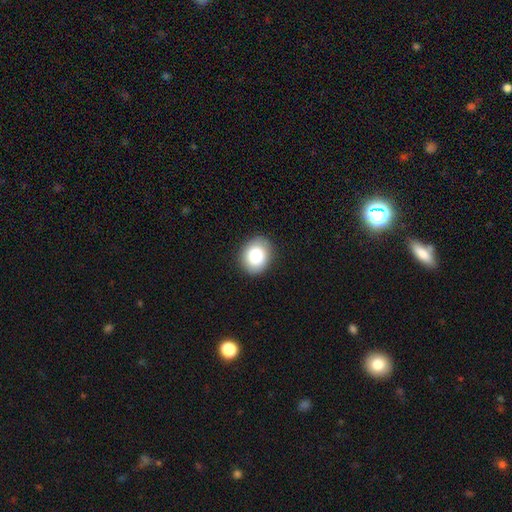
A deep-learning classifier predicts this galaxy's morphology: Smooth or featured?
  - smooth: 86% *
  - star or artifact: 8%
  - featured or disk: 7%
How rounded?
  - round: 54% *
  - in between: 45%
  - cigar-shaped: 1%
Merging?
  - none: 87% *
  - minor disturbance: 9%
  - major disturbance: 2%
  - merger: 1%